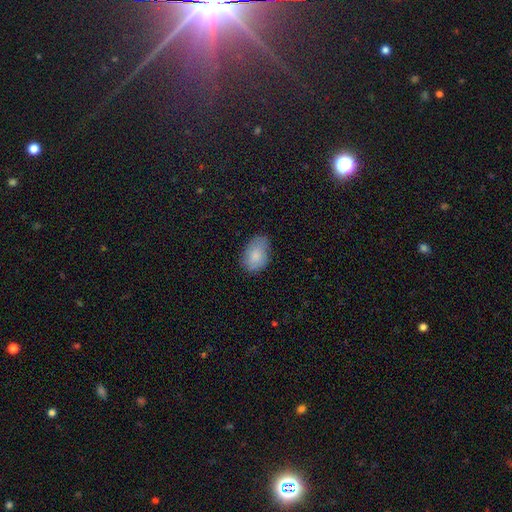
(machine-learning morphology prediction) Overall: smooth (81%). How rounded: in between (85%). Merging: none (70%).